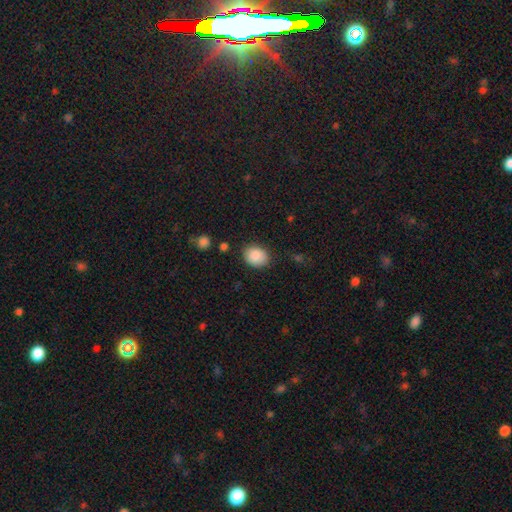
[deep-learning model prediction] This appears to be a smooth galaxy with no disk features (87%) that is in between round and cigar-shaped (52%). Merging: none (84%).